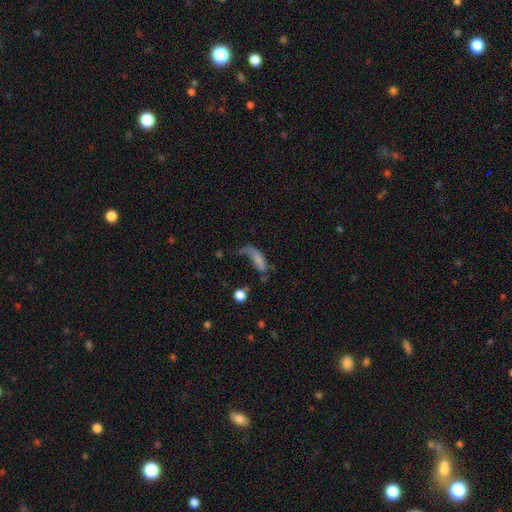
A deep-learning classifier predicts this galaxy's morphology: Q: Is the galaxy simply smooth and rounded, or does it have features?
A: smooth — 48%.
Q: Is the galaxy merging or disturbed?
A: major disturbance — 46%.